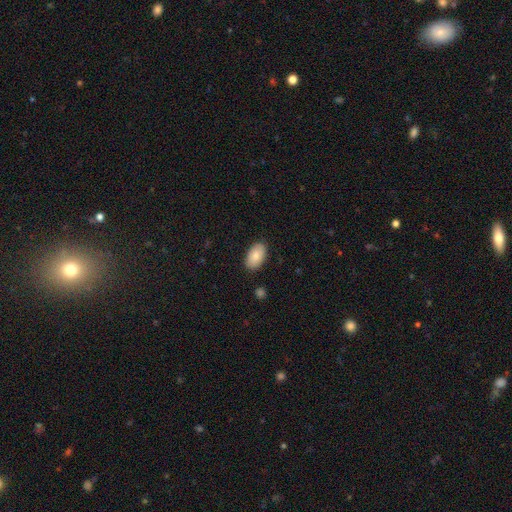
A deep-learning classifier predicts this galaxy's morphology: A smooth galaxy with no disk features (83%) that is in between round and cigar-shaped (95%). Merging: none (87%).